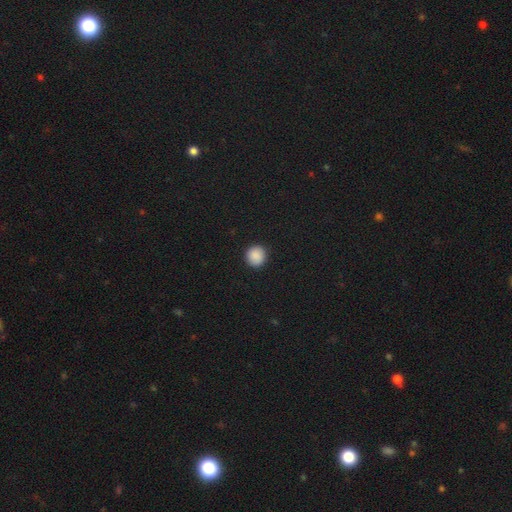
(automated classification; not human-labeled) The model was most divided on "smooth or featured": smooth: 89%, star or artifact: 9%, featured or disk: 3%. More confident: merging — none (91%); how rounded — round (90%).